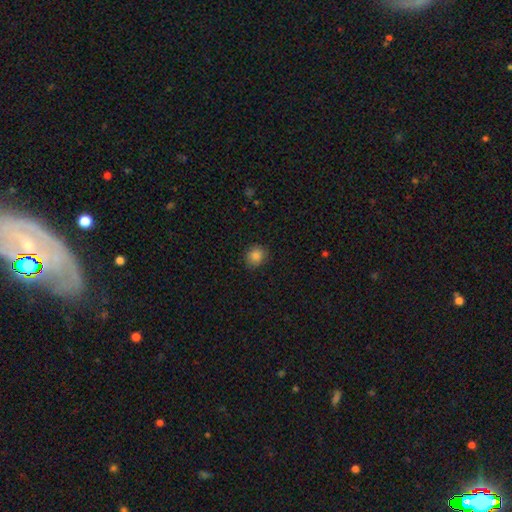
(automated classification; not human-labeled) smooth-or-featured: smooth: 85% | star or artifact: 11% | featured or disk: 5%
  how-rounded: round: 78% | in between: 21% | cigar-shaped: 1%
  merging: none: 87% | minor disturbance: 9% | major disturbance: 2% | merger: 1%